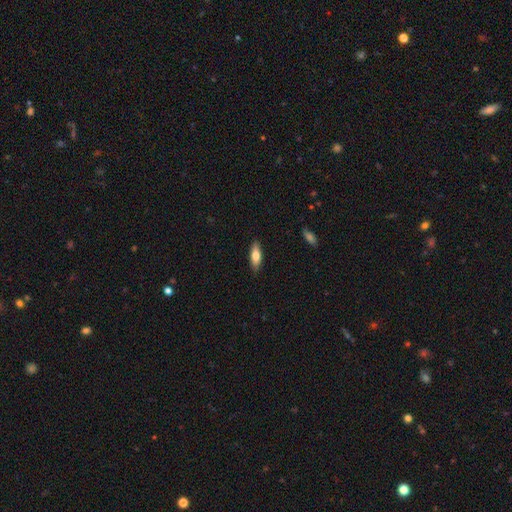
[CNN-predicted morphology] A smooth galaxy with no disk features (71%) that is in between round and cigar-shaped (64%). Merging: none (89%).